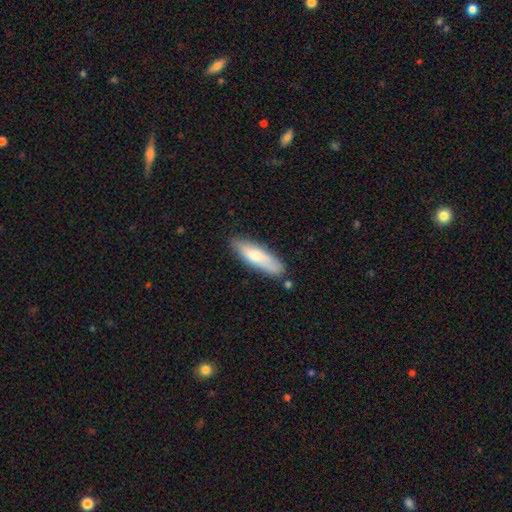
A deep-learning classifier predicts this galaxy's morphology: Q: Smooth or featured?
A: smooth (72%); runner-up: featured or disk (22%)
Q: How rounded?
A: cigar-shaped (63%); runner-up: in between (36%)
Q: Merging?
A: none (77%); runner-up: minor disturbance (16%)